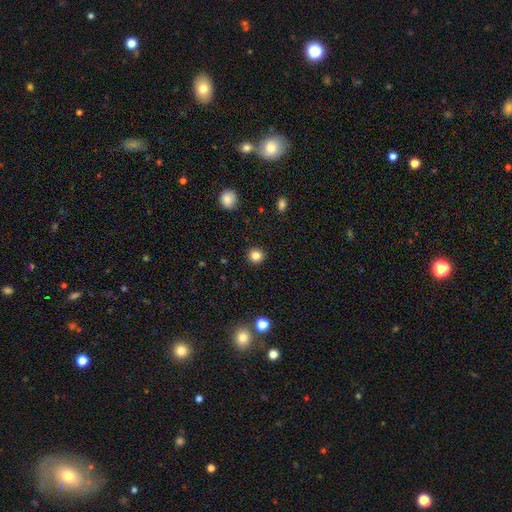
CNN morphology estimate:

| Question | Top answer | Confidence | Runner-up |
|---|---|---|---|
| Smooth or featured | smooth | 84% | star or artifact (12%) |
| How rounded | round | 93% | in between (7%) |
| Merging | none | 92% | minor disturbance (5%) |